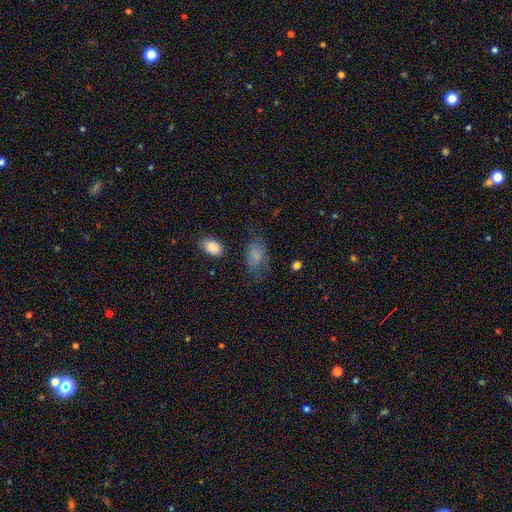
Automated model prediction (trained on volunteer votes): This is likely a smooth galaxy (75%). How rounded: clearly in between (88%). Merging: possibly none (56%).